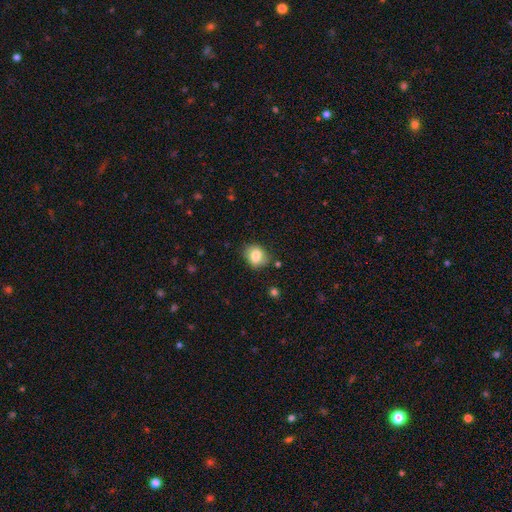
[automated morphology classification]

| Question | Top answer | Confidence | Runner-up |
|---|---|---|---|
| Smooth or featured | smooth | 81% | featured or disk (10%) |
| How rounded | round | 51% | in between (48%) |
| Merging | none | 72% | minor disturbance (20%) |